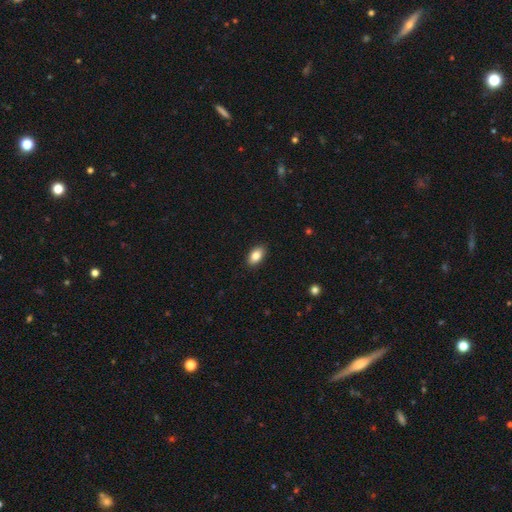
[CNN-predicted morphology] smooth_or_featured: smooth (p=0.85) [alt: star or artifact p=0.08]
how_rounded: in between (p=0.91) [alt: round p=0.07]
merging: none (p=0.89) [alt: minor disturbance p=0.08]